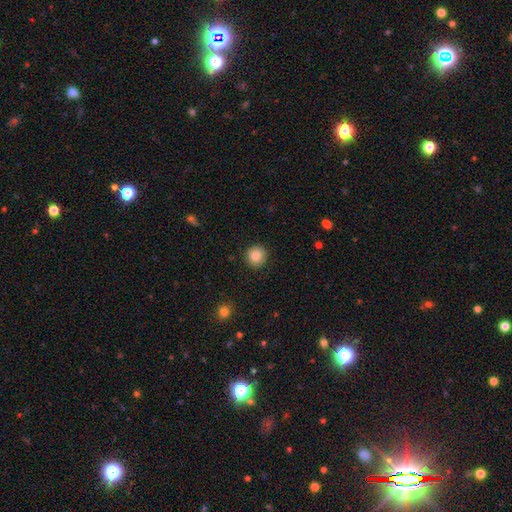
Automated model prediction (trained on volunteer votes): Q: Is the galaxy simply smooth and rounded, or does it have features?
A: smooth — 83%.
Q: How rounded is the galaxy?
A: round — 94%.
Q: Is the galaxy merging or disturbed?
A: none — 91%.